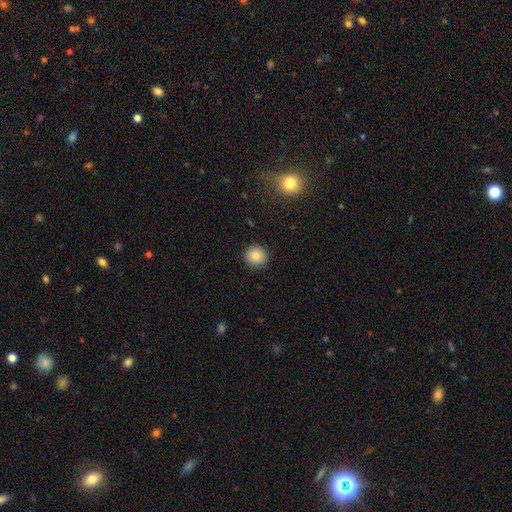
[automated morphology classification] Smooth or featured: smooth — 87% (star or artifact — 9%)
How rounded: round — 93% (in between — 6%)
Merging: none — 91% (minor disturbance — 6%)